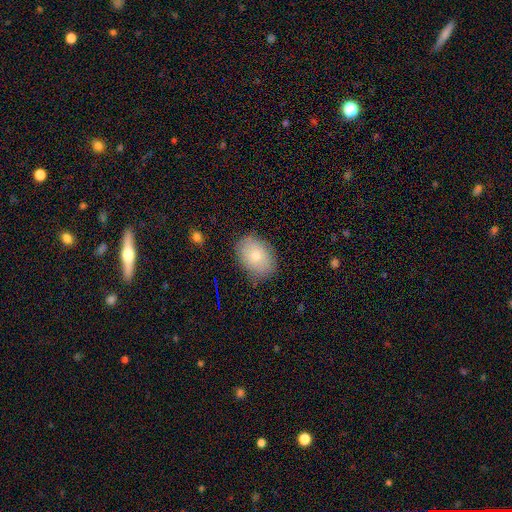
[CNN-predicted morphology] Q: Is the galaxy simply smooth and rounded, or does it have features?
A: smooth — 75%.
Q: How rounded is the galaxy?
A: in between — 78%.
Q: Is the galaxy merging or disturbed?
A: none — 80%.